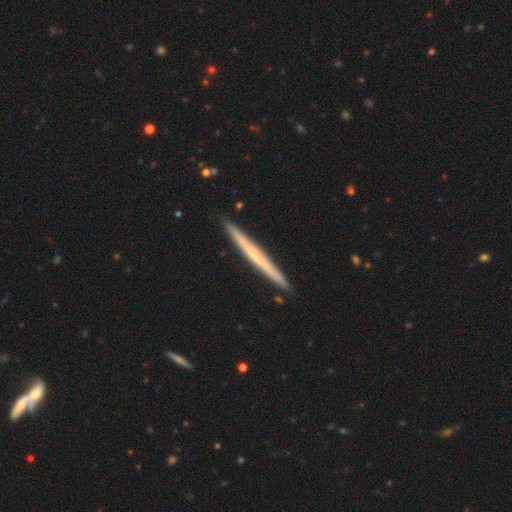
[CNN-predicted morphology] type=featured or disk (50%); edge-on=yes (97%); merging=none (92%).